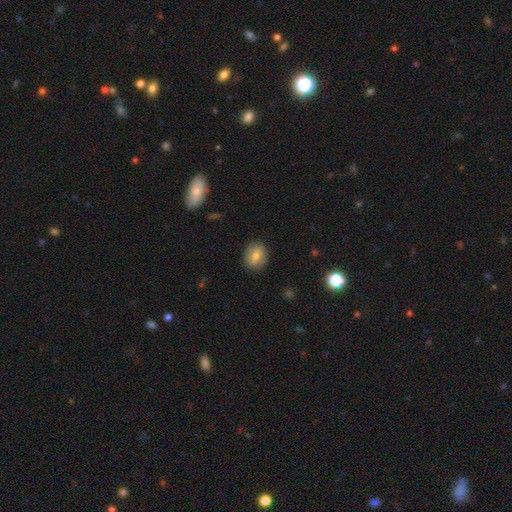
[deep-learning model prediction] Q: Smooth or featured?
A: smooth (70%); runner-up: featured or disk (21%)
Q: How rounded?
A: round (74%); runner-up: in between (24%)
Q: Merging?
A: none (89%); runner-up: minor disturbance (8%)